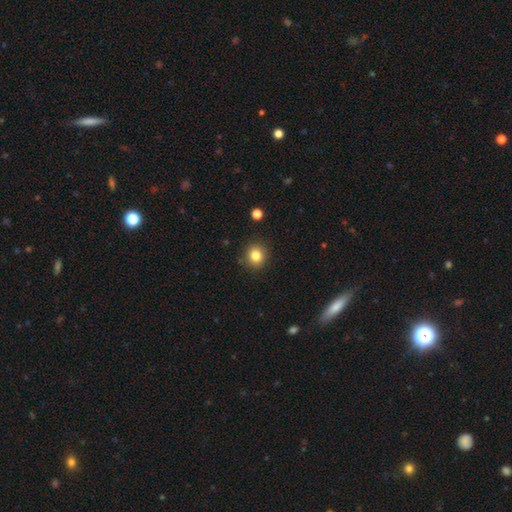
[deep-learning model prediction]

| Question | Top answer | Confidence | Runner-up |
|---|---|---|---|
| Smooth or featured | smooth | 83% | star or artifact (11%) |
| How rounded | round | 88% | in between (11%) |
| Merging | none | 88% | minor disturbance (8%) |